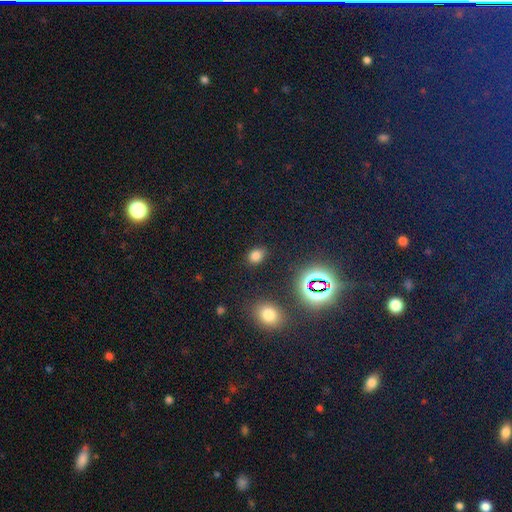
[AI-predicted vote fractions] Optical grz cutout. It shows a smooth galaxy with no disk features (73%) that is in between round and cigar-shaped (60%). Merging: none (80%).